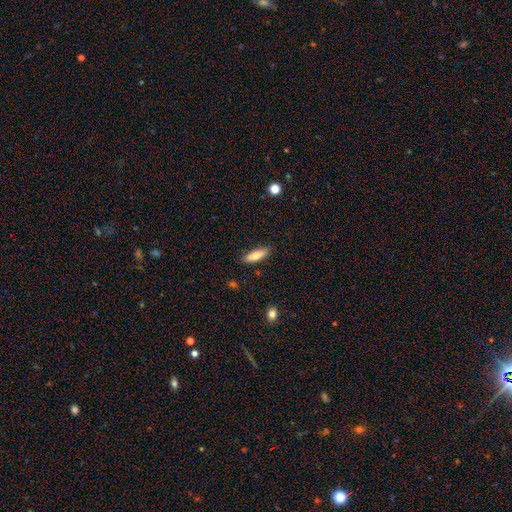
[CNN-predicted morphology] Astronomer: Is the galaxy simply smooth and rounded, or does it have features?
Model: smooth — 76%.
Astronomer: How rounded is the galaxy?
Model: in between — 52% (runner-up: cigar-shaped, 46%).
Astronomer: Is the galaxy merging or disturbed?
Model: none — 87%.